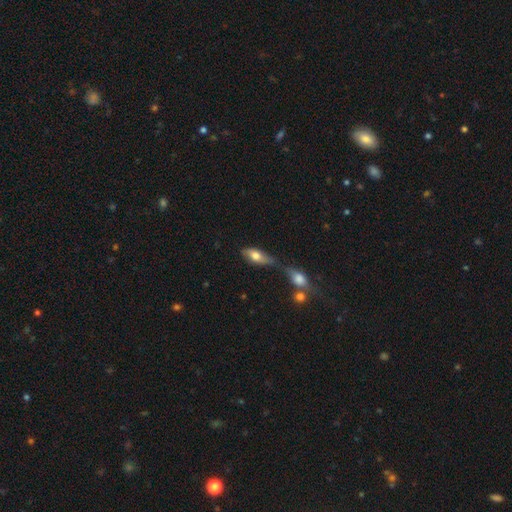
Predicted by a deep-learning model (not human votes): Morphology: type=smooth (69%); roundness=in between (78%); merging=merger (37%).